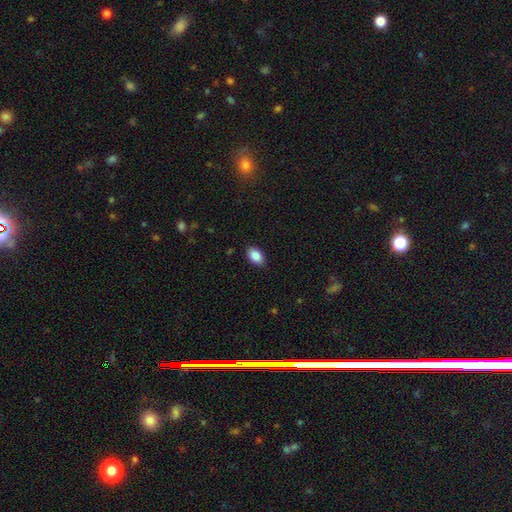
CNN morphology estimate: A smooth galaxy with no disk features (88%) that is in between round and cigar-shaped (91%). Merging: none (89%).